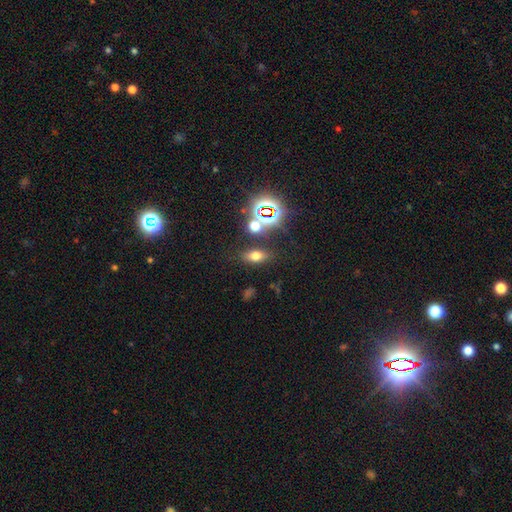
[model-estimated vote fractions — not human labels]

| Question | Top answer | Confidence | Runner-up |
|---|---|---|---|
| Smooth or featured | smooth | 60% | star or artifact (27%) |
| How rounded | in between | 74% | round (14%) |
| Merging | none | 80% | minor disturbance (9%) |